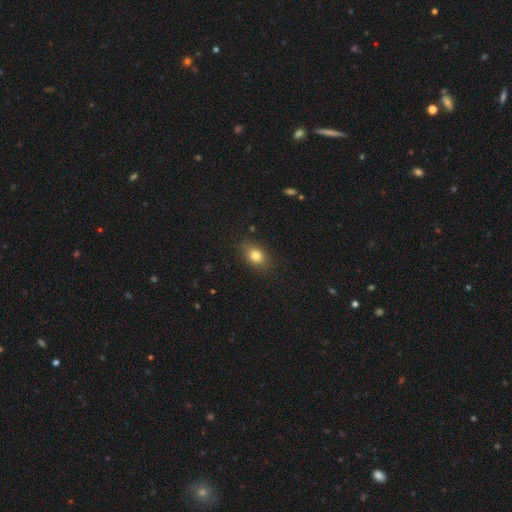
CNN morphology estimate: smooth-or-featured: smooth: 80% | star or artifact: 11% | featured or disk: 9%
  how-rounded: in between: 70% | round: 28% | cigar-shaped: 2%
  merging: none: 85% | minor disturbance: 11% | major disturbance: 3% | merger: 1%